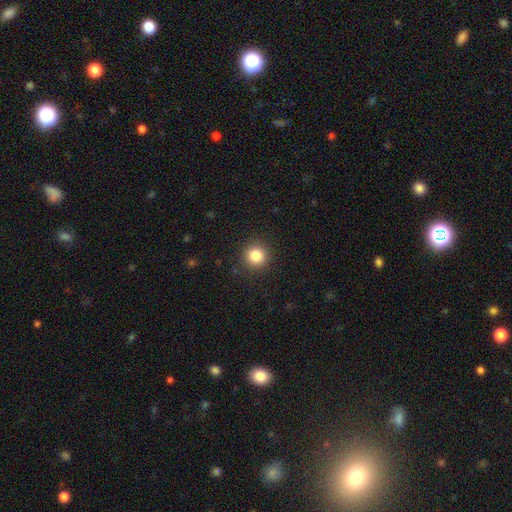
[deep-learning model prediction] Smooth or featured? Predicted: smooth (p=0.84). How rounded? Predicted: round (p=0.93). Merging? Predicted: none (p=0.91).